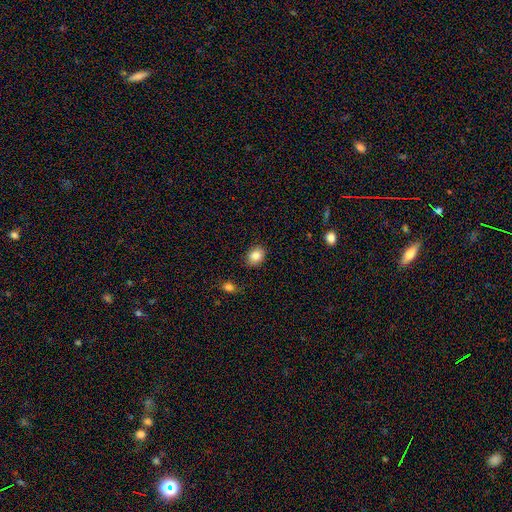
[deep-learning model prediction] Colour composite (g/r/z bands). It shows a smooth galaxy with no disk features (85%) that is in between round and cigar-shaped (51%). Merging: none (87%).